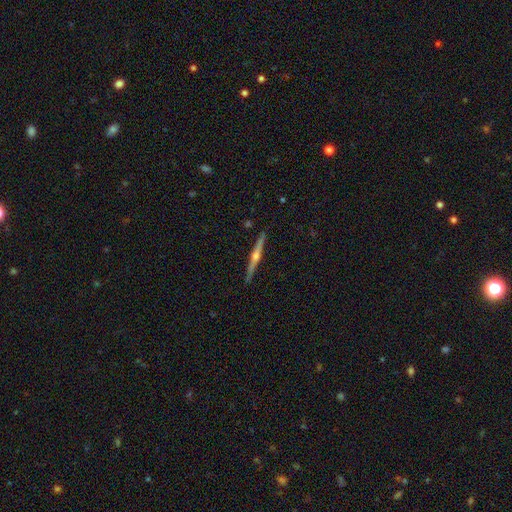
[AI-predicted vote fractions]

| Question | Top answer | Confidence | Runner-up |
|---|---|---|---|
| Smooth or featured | featured or disk | 81% | smooth (14%) |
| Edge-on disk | yes | 99% | no (1%) |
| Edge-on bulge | rounded | 91% | none (5%) |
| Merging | none | 91% | minor disturbance (7%) |